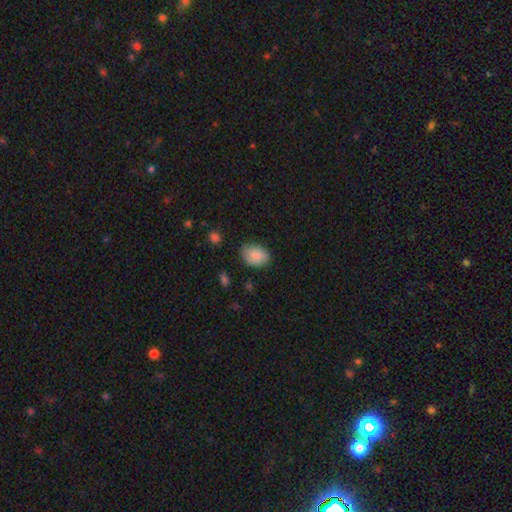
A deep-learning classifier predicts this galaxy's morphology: Smooth or featured?
  - smooth: 84% *
  - featured or disk: 9%
  - star or artifact: 7%
How rounded?
  - in between: 80% *
  - round: 19%
  - cigar-shaped: 1%
Merging?
  - none: 77% *
  - minor disturbance: 18%
  - major disturbance: 3%
  - merger: 1%